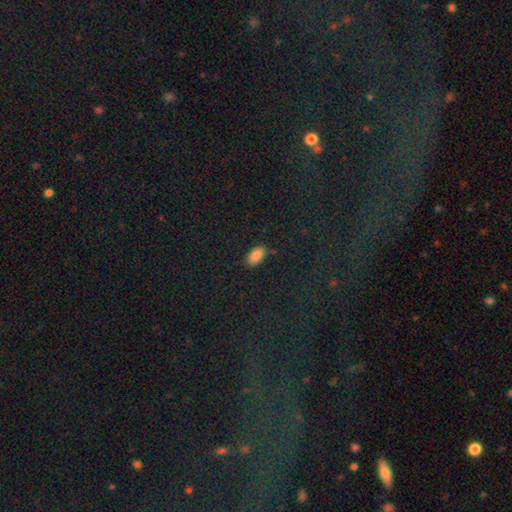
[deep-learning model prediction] A smooth galaxy with no disk features (86%) that is in between round and cigar-shaped (94%).

Vote fractions:
- Smooth or featured? smooth: 86% / star or artifact: 10% / featured or disk: 5%
- How rounded? in between: 94% / round: 3% / cigar-shaped: 3%
- Merging? none: 85% / minor disturbance: 11% / major disturbance: 3% / merger: 2%